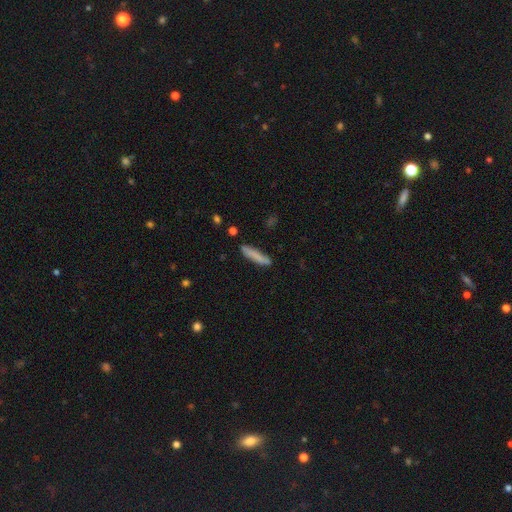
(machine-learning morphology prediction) smooth 78%, featured or disk 15%, star or artifact 7%. Down the decision tree: how rounded — cigar-shaped (89%); merging — none (82%).